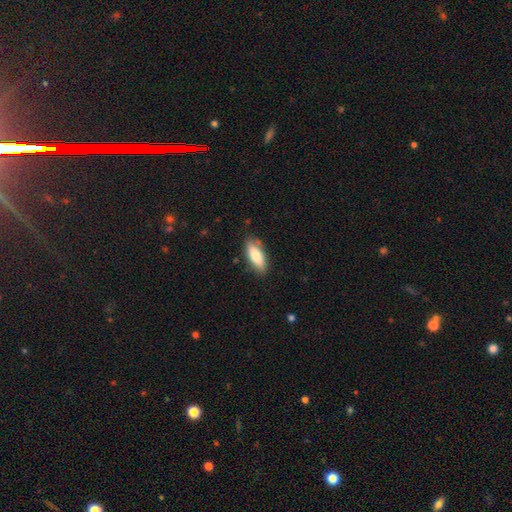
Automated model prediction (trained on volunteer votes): This is likely a smooth galaxy (77%). How rounded: likely in between (75%). Merging: likely none (80%).